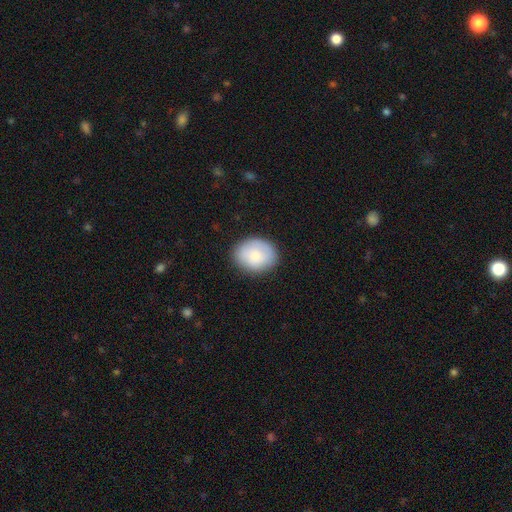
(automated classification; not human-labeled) A smooth galaxy with no disk features (81%) that is in between round and cigar-shaped (55%). Merging: none (81%).